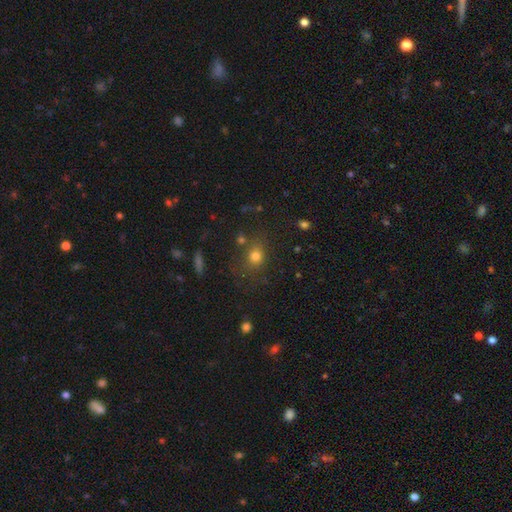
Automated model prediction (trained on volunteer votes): The model was most divided on "how rounded": round: 67%, in between: 31%, cigar-shaped: 2%. More confident: smooth or featured — smooth (75%); merging — none (71%).